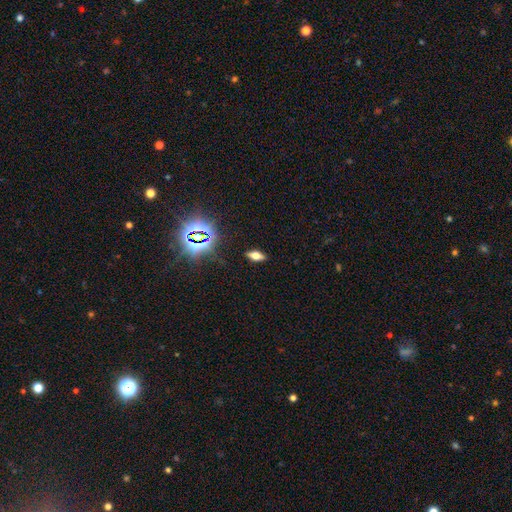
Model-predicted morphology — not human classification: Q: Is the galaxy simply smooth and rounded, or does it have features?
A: smooth — 51%.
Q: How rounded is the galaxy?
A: in between — 73%.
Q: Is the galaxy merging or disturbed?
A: none — 88%.